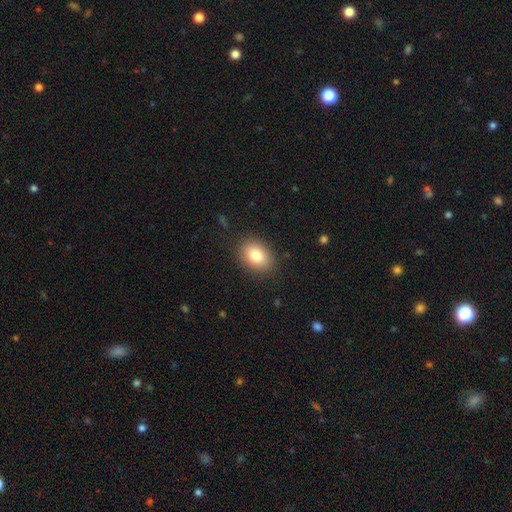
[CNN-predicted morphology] Q: Smooth or featured?
A: smooth (83%); runner-up: featured or disk (9%)
Q: How rounded?
A: in between (75%); runner-up: round (24%)
Q: Merging?
A: none (87%); runner-up: minor disturbance (10%)